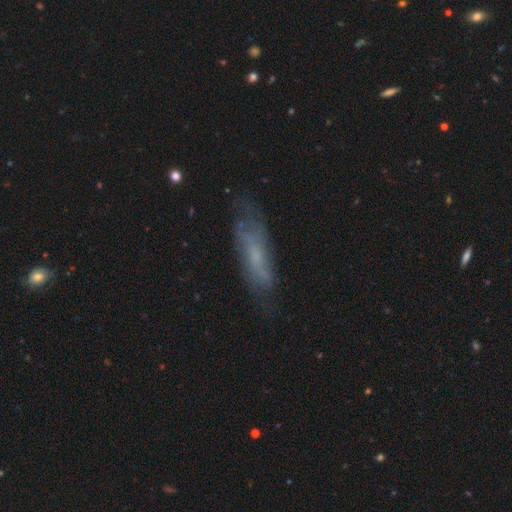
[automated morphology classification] smooth-or-featured: featured or disk: 50% | smooth: 40% | star or artifact: 10%
  merging: none: 64% | minor disturbance: 23% | major disturbance: 11% | merger: 2%